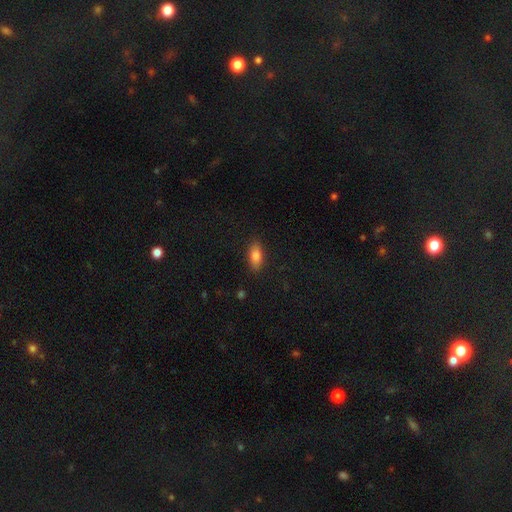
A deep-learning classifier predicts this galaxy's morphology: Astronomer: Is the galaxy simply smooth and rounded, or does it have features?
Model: smooth — 81%.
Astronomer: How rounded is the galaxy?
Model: in between — 80%.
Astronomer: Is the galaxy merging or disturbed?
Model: none — 87%.